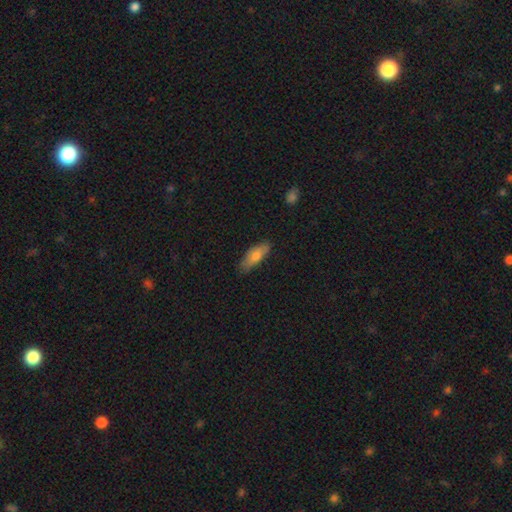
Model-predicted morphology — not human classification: smooth 72%, featured or disk 22%, star or artifact 6%. Down the decision tree: how rounded — in between (66%); merging — none (74%).